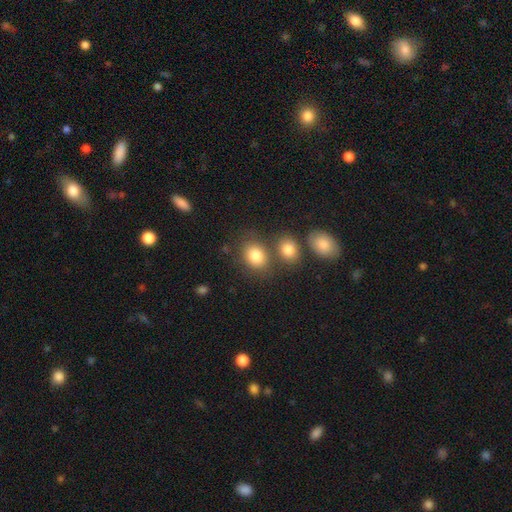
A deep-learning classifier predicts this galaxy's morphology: This appears to be a smooth galaxy with no disk features (83%) that is round (51%). Merging: none (63%).